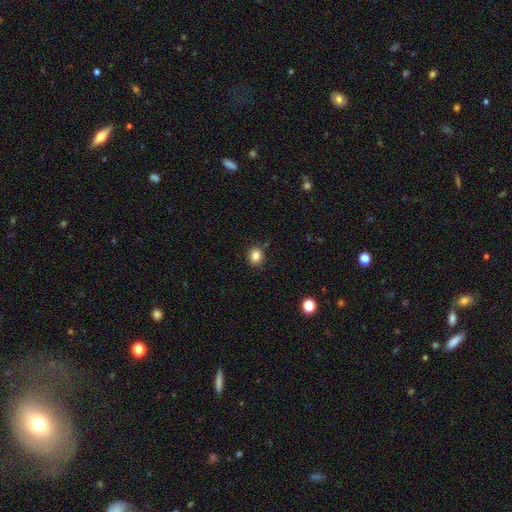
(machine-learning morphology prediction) Smooth or featured? Predicted: smooth (p=0.85). How rounded? Predicted: round (p=0.68). Merging? Predicted: none (p=0.86).